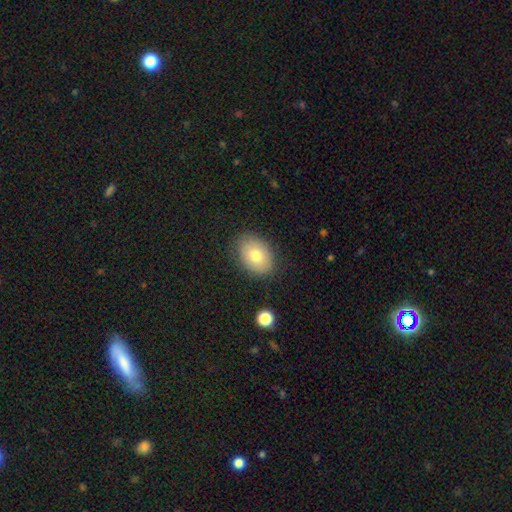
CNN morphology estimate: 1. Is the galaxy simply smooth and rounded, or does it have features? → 77% smooth, 15% featured or disk, 8% star or artifact.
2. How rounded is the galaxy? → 77% in between, 22% round, 1% cigar-shaped.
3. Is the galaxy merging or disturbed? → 83% none, 12% minor disturbance, 3% major disturbance, 1% merger.